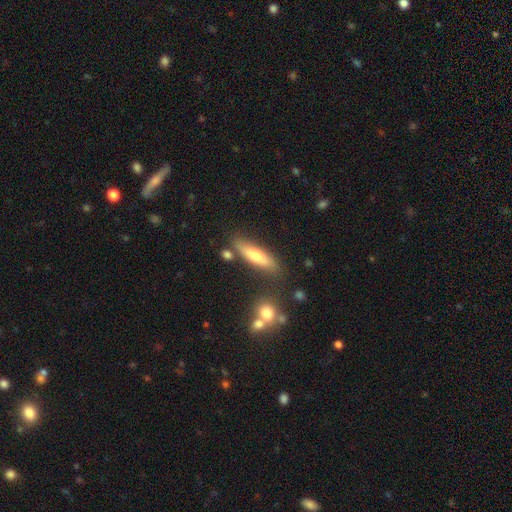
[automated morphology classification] Smooth or featured?
  - smooth: 61% *
  - featured or disk: 33%
  - star or artifact: 7%
How rounded?
  - cigar-shaped: 68% *
  - in between: 30%
  - round: 2%
Merging?
  - none: 74% *
  - minor disturbance: 14%
  - merger: 8%
  - major disturbance: 4%